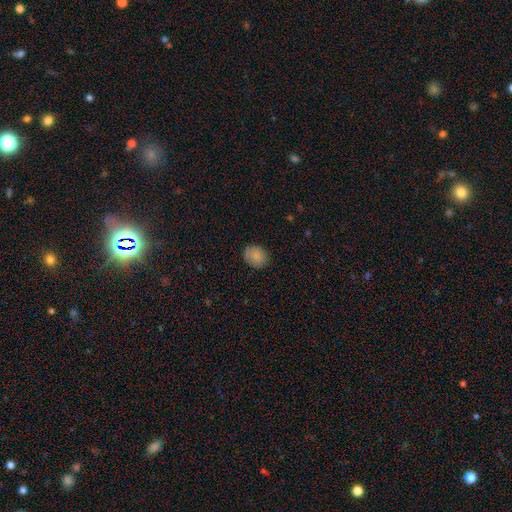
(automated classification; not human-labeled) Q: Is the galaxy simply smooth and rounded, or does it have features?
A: smooth — 85%.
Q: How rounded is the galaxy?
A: round — 62%.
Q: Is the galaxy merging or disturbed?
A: none — 81%.